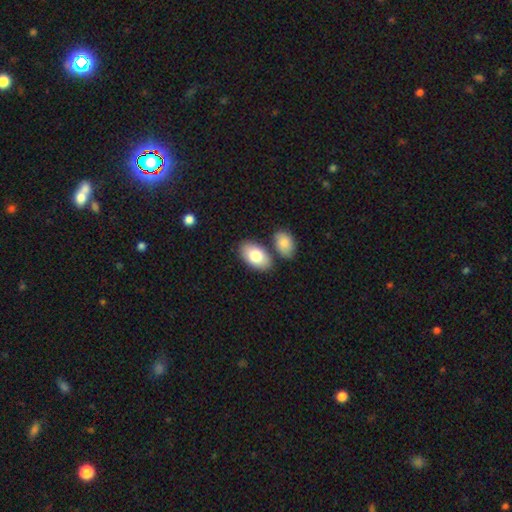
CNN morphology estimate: Smooth or featured? Predicted: smooth (p=0.80). How rounded? Predicted: in between (p=0.94). Merging? Predicted: none (p=0.71).